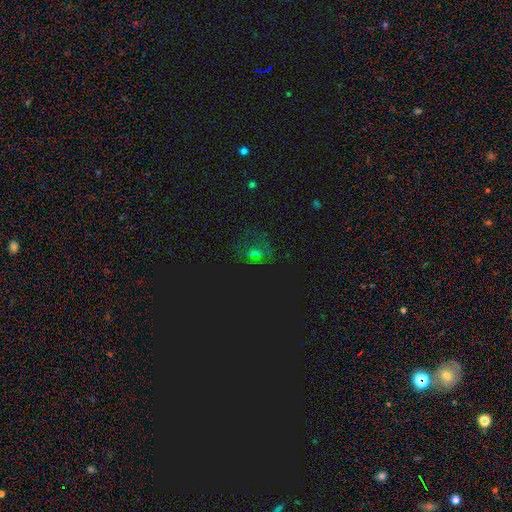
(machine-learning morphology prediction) This is possibly a star or artifact rather than a galaxy (52%).